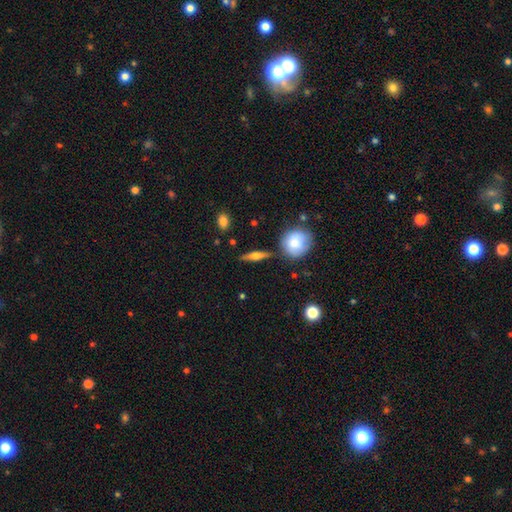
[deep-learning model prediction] smooth_or_featured: featured or disk (p=0.54) [alt: smooth p=0.38]
disk_edge_on: yes (p=0.93) [alt: no p=0.07]
edge_on_bulge: rounded (p=0.89) [alt: boxy p=0.07]
merging: none (p=0.83) [alt: minor disturbance p=0.10]